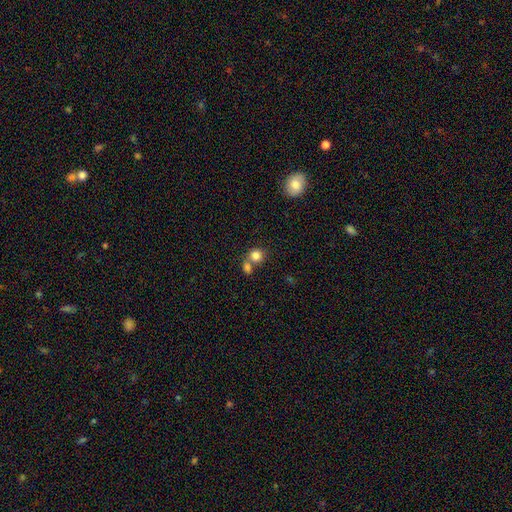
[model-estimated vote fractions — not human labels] Smooth or featured? smooth (82%)
How rounded? round (81%)
Merging? merger (46%)